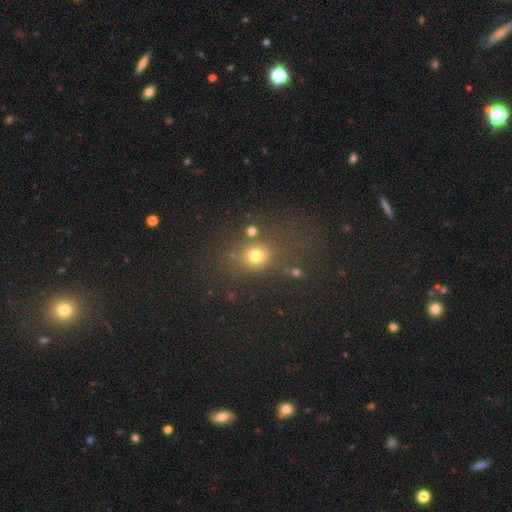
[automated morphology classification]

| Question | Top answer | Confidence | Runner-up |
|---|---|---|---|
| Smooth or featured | smooth | 72% | star or artifact (19%) |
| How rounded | round | 69% | in between (29%) |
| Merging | none | 67% | minor disturbance (13%) |